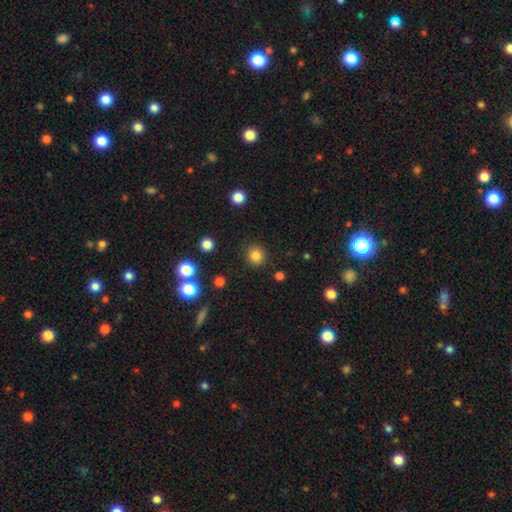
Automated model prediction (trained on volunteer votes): Smooth or featured? Predicted: smooth (p=0.82). How rounded? Predicted: round (p=0.93). Merging? Predicted: none (p=0.90).